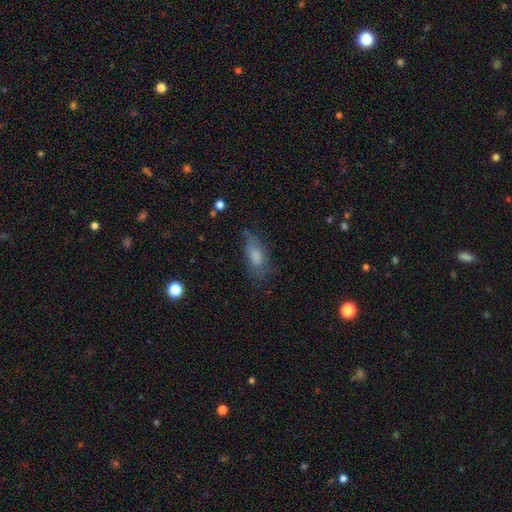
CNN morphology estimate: Overall: smooth (73%). How rounded: in between (76%). Merging: none (63%; minor disturbance 24%).